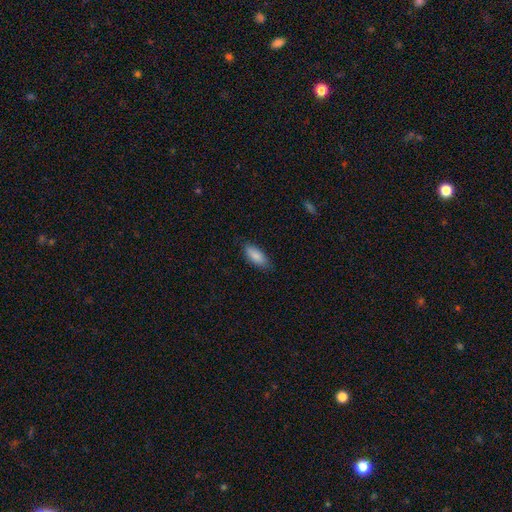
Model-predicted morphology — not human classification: Smooth or featured: smooth — 87% (featured or disk — 7%)
How rounded: in between — 85% (cigar-shaped — 14%)
Merging: none — 83% (minor disturbance — 14%)